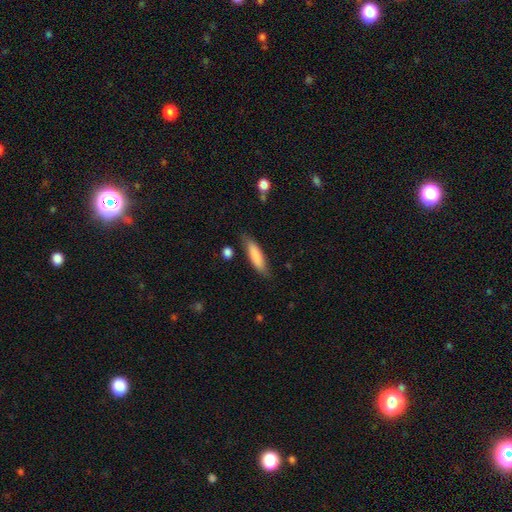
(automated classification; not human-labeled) Morphology: type=smooth (81%); roundness=cigar-shaped (69%); merging=none (80%).